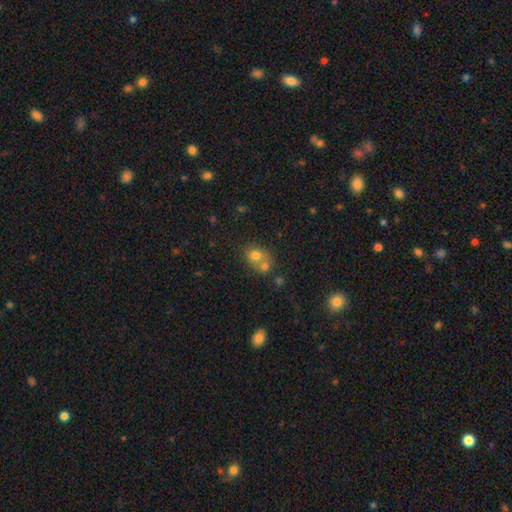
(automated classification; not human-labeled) smooth-or-featured: smooth: 71% | featured or disk: 16% | star or artifact: 13%
  how-rounded: round: 60% | in between: 40% | cigar-shaped: 1%
  merging: merger: 56% | none: 31% | minor disturbance: 9% | major disturbance: 4%